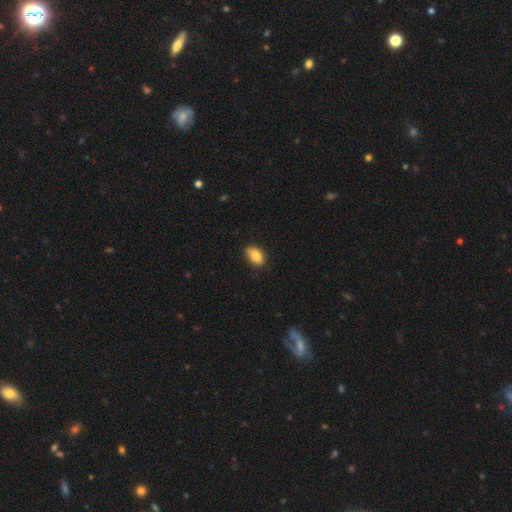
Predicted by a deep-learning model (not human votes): Morphology: type=smooth (84%); roundness=in between (88%); merging=none (78%).